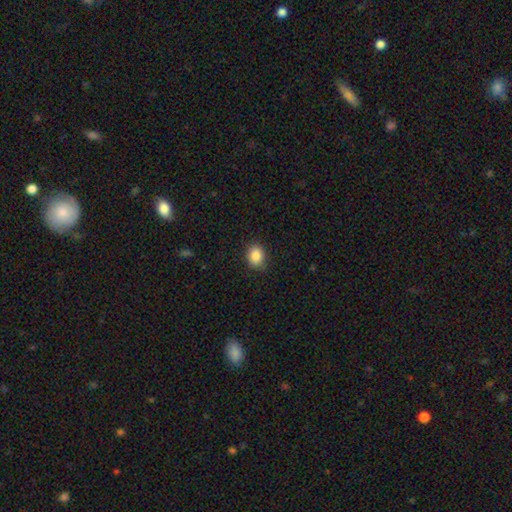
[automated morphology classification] A smooth galaxy with no disk features (87%) that is in between round and cigar-shaped (54%).

Vote fractions:
- Smooth or featured? smooth: 87% / star or artifact: 9% / featured or disk: 5%
- How rounded? in between: 54% / round: 45% / cigar-shaped: 1%
- Merging? none: 84% / minor disturbance: 12% / major disturbance: 3% / merger: 1%